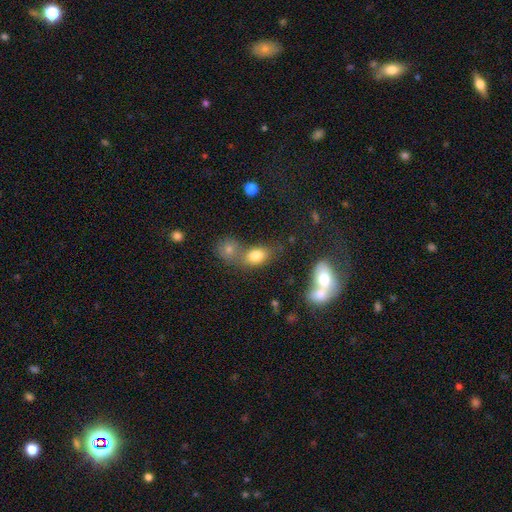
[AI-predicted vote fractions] smooth-or-featured: smooth: 78% | star or artifact: 12% | featured or disk: 10%
  how-rounded: in between: 76% | round: 21% | cigar-shaped: 3%
  merging: merger: 41% (tied) | none: 41% (tied) | minor disturbance: 12% | major disturbance: 6%